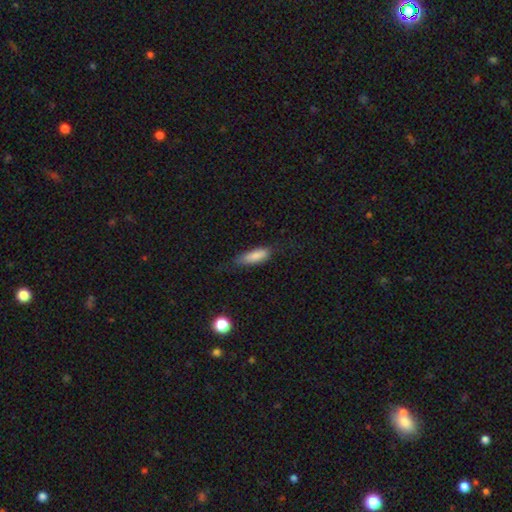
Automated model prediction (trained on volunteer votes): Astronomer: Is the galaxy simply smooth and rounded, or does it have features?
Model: smooth — 84%.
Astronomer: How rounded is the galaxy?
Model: in between — 56% (runner-up: cigar-shaped, 41%).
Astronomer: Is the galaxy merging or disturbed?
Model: none — 65%.